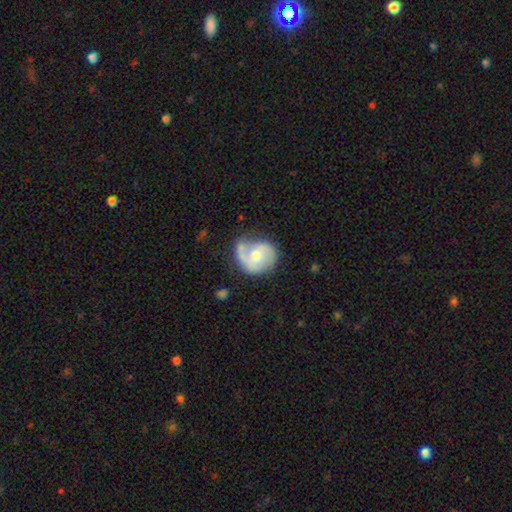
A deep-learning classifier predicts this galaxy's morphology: smooth-or-featured: featured or disk: 67% | smooth: 27% | star or artifact: 6%
  disk-edge-on: no: 98% | yes: 2%
    bar: no: 55% | weak: 36% | strong: 9%
    has-spiral-arms: yes: 85% | no: 15%
      spiral-winding: medium: 44% | loose: 31% | tight: 26%
      spiral-arm-count: 2: 63% | 1: 23% | can't tell: 9% | 3: 2% | 4: 1% | more than 4: 1%
    bulge-size: moderate: 61% | small: 33% | large: 3% | none: 2% | dominant: 1%
  merging: none: 52% | minor disturbance: 28% | major disturbance: 14% | merger: 7%